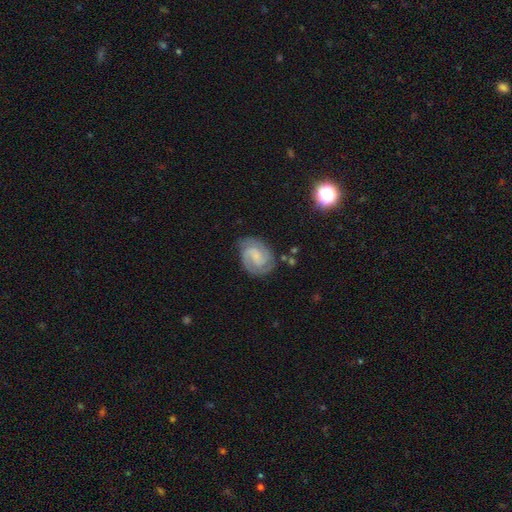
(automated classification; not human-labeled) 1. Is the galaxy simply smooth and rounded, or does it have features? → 80% featured or disk, 14% smooth, 6% star or artifact.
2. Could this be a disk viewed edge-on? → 98% no, 2% yes.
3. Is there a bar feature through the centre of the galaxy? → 47% weak, 42% no, 11% strong.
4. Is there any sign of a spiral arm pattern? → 96% yes, 4% no.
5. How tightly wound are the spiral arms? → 49% tight, 41% medium, 9% loose.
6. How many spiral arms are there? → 70% 2, 13% 3, 10% can't tell, 3% 1, 2% 4, 2% more than 4.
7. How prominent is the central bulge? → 42% small, 36% none, 17% moderate, 4% large, 1% dominant.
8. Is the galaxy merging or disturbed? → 75% none, 17% minor disturbance, 6% major disturbance, 2% merger.